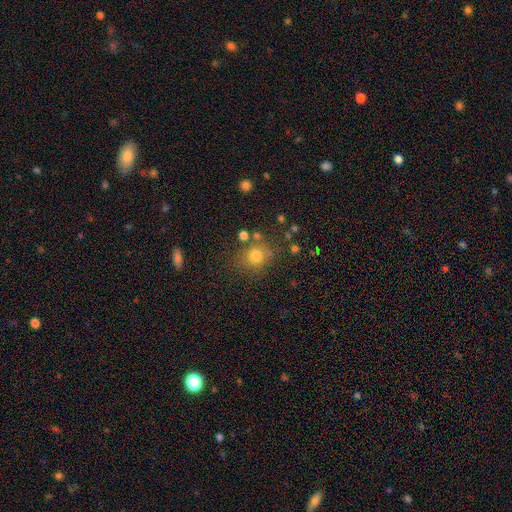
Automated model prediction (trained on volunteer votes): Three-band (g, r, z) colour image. It shows a smooth galaxy with no disk features (75%) that is round (79%). Merging: none (72%).